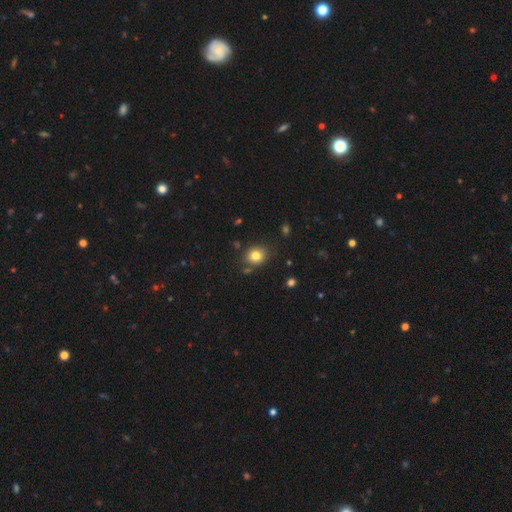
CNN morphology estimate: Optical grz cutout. It shows a smooth galaxy with no disk features (81%) that is round (68%). Merging: none (77%).